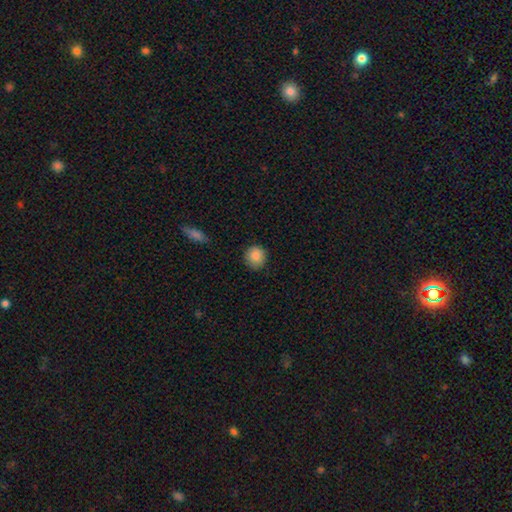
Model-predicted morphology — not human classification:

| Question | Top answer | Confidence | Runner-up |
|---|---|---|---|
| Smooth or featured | smooth | 88% | star or artifact (8%) |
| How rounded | round | 88% | in between (11%) |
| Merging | none | 85% | minor disturbance (11%) |